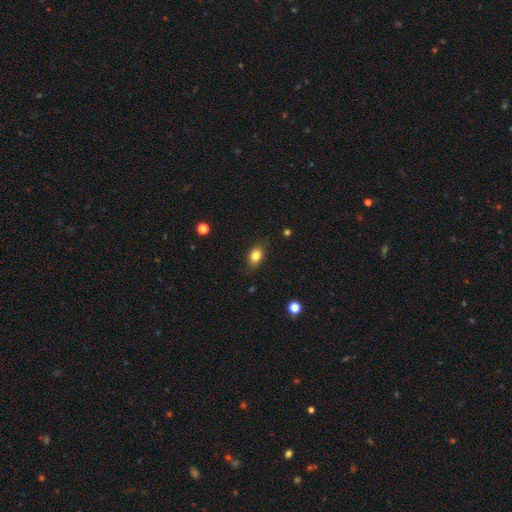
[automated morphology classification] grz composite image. It shows a smooth galaxy with no disk features (80%) that is in between round and cigar-shaped (72%). Merging: none (80%).